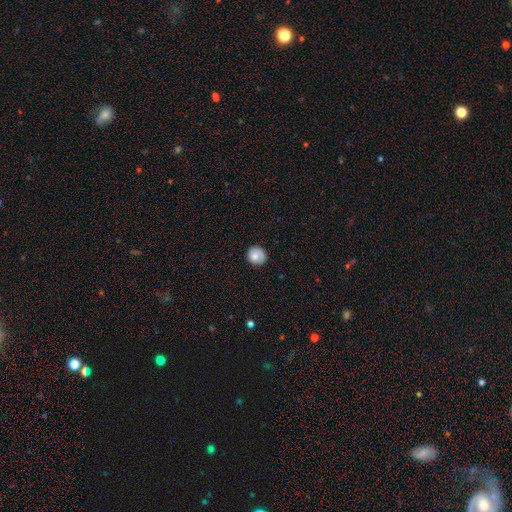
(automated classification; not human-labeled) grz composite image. It shows a smooth galaxy with no disk features (81%) that is round (91%). Merging: none (85%).